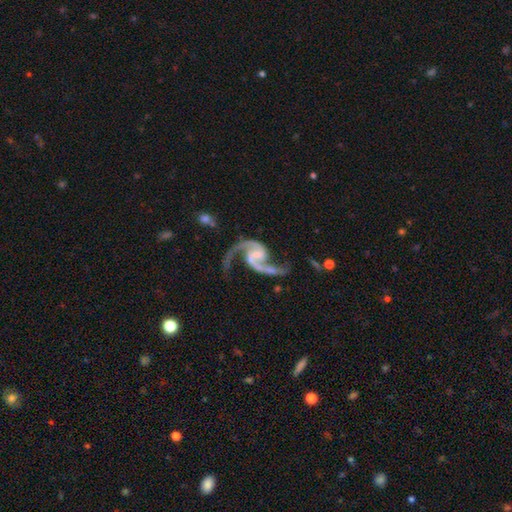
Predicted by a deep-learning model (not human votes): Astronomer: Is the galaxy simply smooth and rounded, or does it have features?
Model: featured or disk — 94%.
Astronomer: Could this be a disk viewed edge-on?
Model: no — 98%.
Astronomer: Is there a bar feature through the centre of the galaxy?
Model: weak — 47% (runner-up: no, 34%).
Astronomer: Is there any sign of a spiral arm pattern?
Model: yes — 98%.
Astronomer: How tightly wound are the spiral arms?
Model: loose — 59% (runner-up: medium, 35%).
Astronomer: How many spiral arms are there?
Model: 2 — 94%.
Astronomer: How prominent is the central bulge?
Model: small — 42% (runner-up: none, 36%).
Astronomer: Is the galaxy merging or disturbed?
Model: none — 63%.